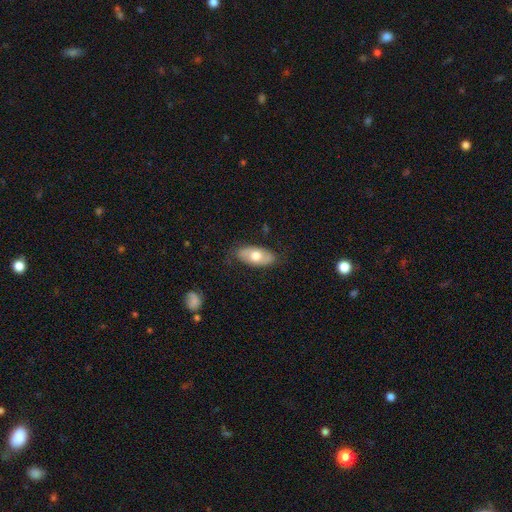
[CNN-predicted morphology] Smooth or featured: smooth — 65% (featured or disk — 29%)
How rounded: in between — 91% (cigar-shaped — 6%)
Merging: none — 80% (minor disturbance — 15%)